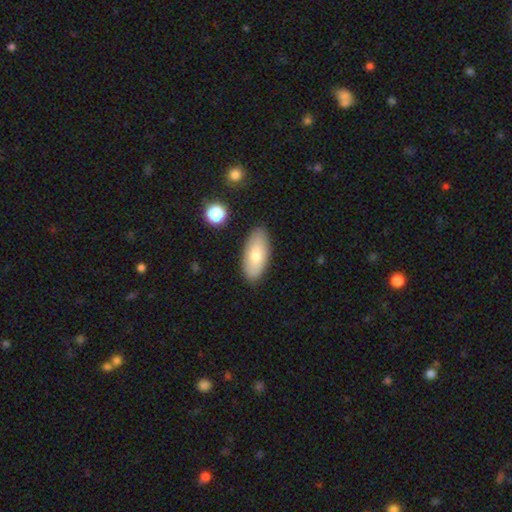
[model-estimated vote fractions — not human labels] smooth-or-featured: smooth: 73% | featured or disk: 20% | star or artifact: 7%
  how-rounded: in between: 87% | cigar-shaped: 10% | round: 2%
  merging: none: 87% | minor disturbance: 9% | major disturbance: 2% | merger: 2%